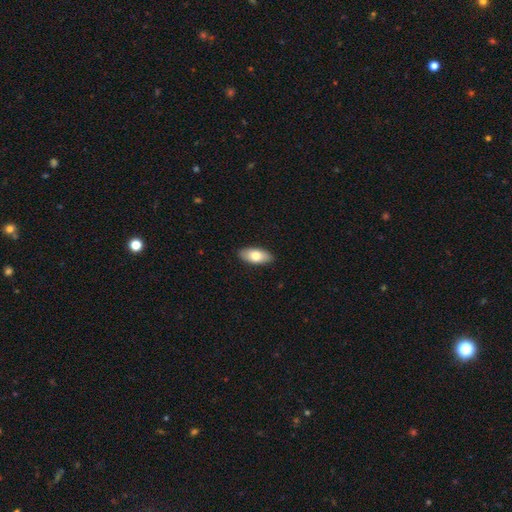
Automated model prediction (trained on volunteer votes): Smooth or featured?
  - smooth: 76% *
  - featured or disk: 18%
  - star or artifact: 6%
How rounded?
  - in between: 90% *
  - cigar-shaped: 7%
  - round: 3%
Merging?
  - none: 89% *
  - minor disturbance: 8%
  - major disturbance: 2%
  - merger: 1%